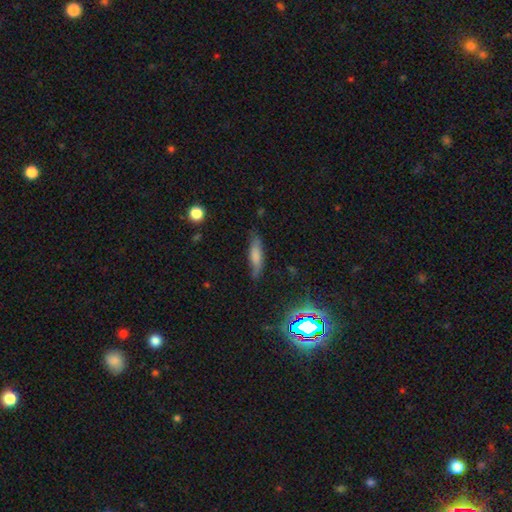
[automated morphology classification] smooth-or-featured: smooth: 68% | featured or disk: 23% | star or artifact: 10%
  how-rounded: cigar-shaped: 63% | in between: 35% | round: 2%
  merging: none: 68% | minor disturbance: 24% | major disturbance: 6% | merger: 2%